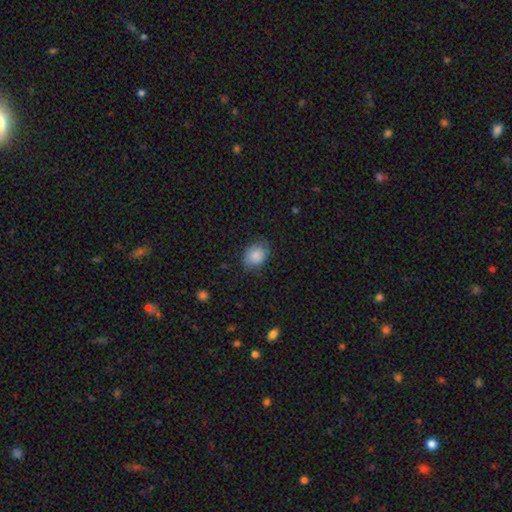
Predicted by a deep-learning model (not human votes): Smooth or featured: smooth — 82% (featured or disk — 10%)
How rounded: in between — 51% (round — 48%)
Merging: none — 71% (minor disturbance — 22%)